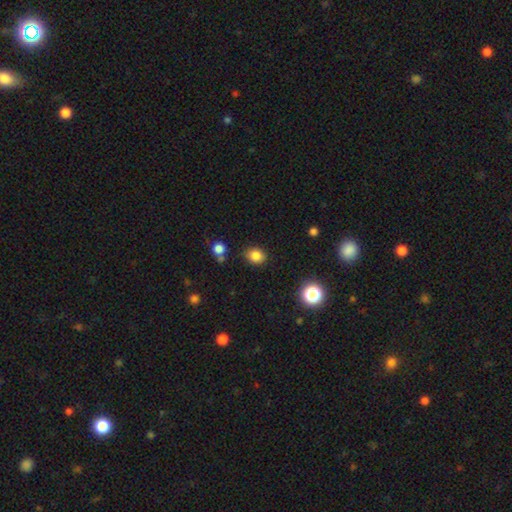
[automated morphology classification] This is clearly a smooth galaxy (83%). How rounded: possibly round (54%). Merging: clearly none (82%).